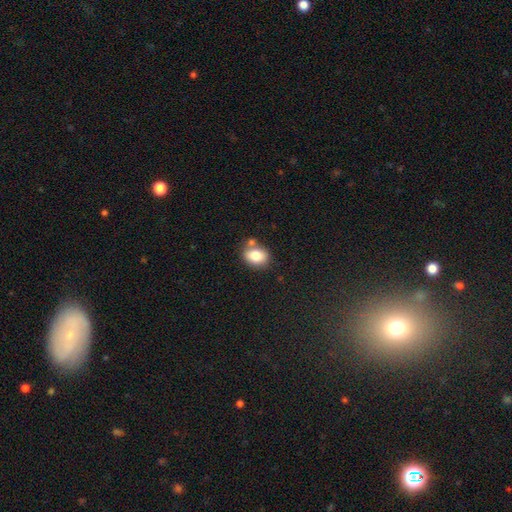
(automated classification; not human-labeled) Q: Smooth or featured?
A: smooth (82%); runner-up: featured or disk (10%)
Q: How rounded?
A: in between (59%); runner-up: round (40%)
Q: Merging?
A: none (64%); runner-up: merger (18%)